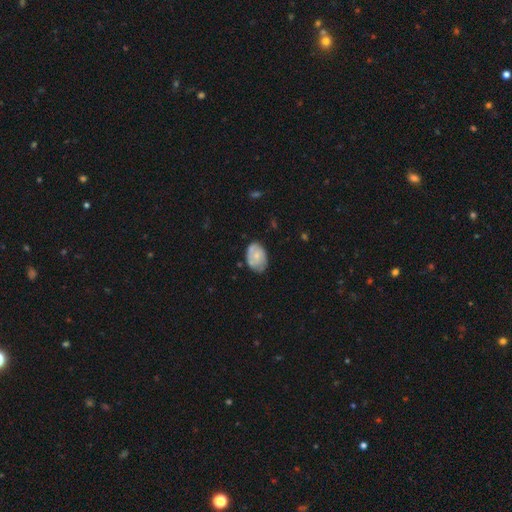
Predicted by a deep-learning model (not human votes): A smooth galaxy with no disk features (53%) that is in between round and cigar-shaped (84%). Merging: none (65%).